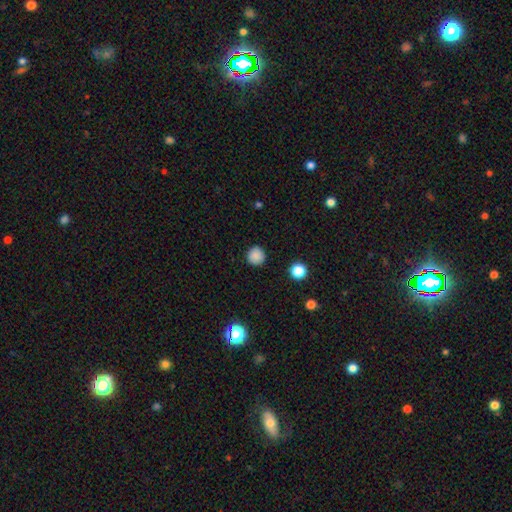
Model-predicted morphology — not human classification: The model was most divided on "smooth or featured": smooth: 86%, star or artifact: 11%, featured or disk: 3%. More confident: how rounded — round (94%); merging — none (90%).